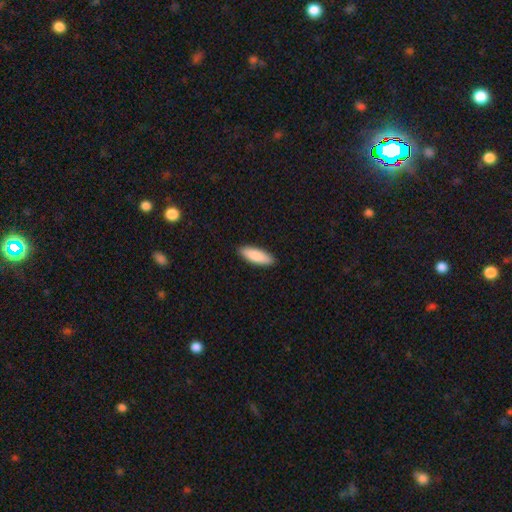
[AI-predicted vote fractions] This appears to be a smooth galaxy with no disk features (88%) that is in between round and cigar-shaped (57%). Merging: none (90%).